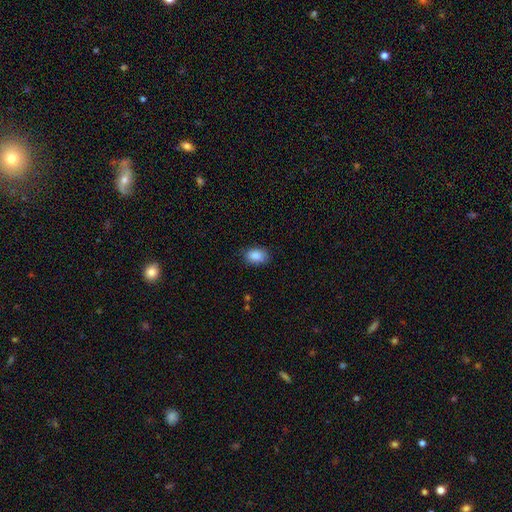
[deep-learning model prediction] smooth-or-featured: smooth: 88% | star or artifact: 8% | featured or disk: 4%
  how-rounded: in between: 83% | round: 15% | cigar-shaped: 1%
  merging: none: 80% | minor disturbance: 16% | major disturbance: 3% | merger: 1%